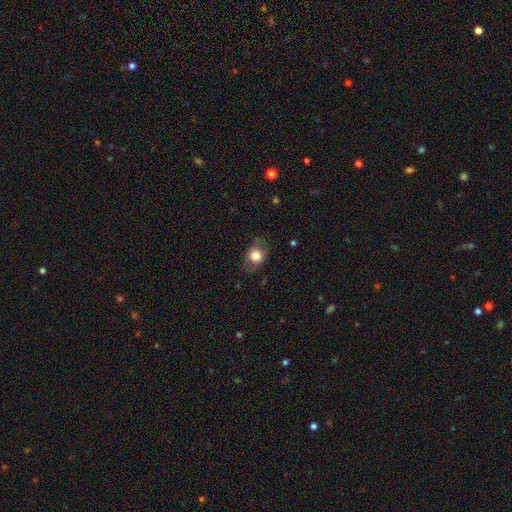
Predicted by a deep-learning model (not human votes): This appears to be a smooth galaxy with no disk features (75%) that is round (50%). Merging: none (71%).